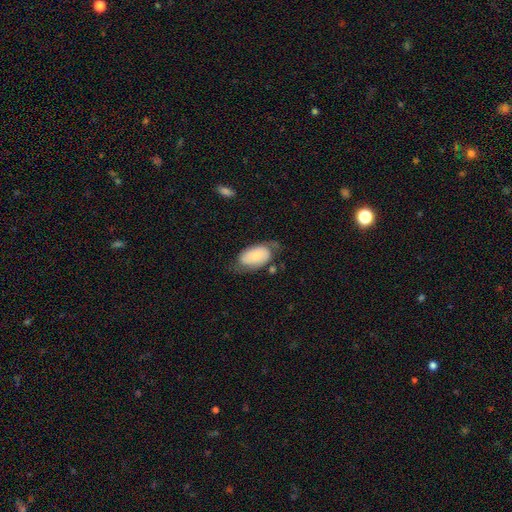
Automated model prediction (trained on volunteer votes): The model was most divided on "merging": none: 48%, minor disturbance: 30%, major disturbance: 17%, merger: 5%. More confident: how rounded — in between (93%); smooth or featured — smooth (57%).